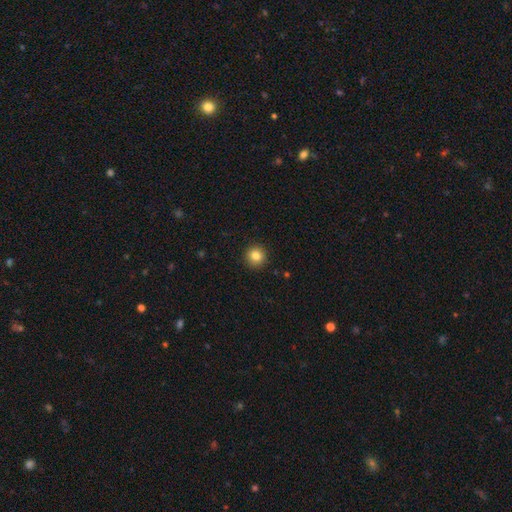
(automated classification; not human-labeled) The model was most divided on "smooth or featured": smooth: 84%, star or artifact: 11%, featured or disk: 6%. More confident: how rounded — round (94%); merging — none (92%).